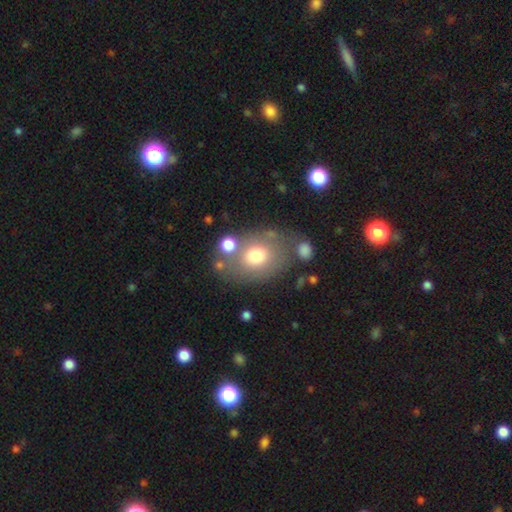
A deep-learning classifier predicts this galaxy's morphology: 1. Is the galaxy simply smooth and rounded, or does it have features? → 68% smooth, 21% featured or disk, 11% star or artifact.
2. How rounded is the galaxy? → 54% in between, 45% round, 1% cigar-shaped.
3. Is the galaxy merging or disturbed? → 62% none, 16% minor disturbance, 13% merger, 9% major disturbance.